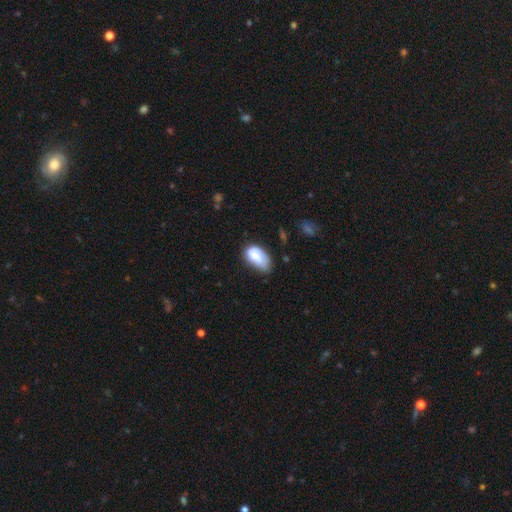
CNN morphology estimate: smooth 64%, featured or disk 29%, star or artifact 7%. Down the decision tree: how rounded — in between (92%); merging — none (45%).